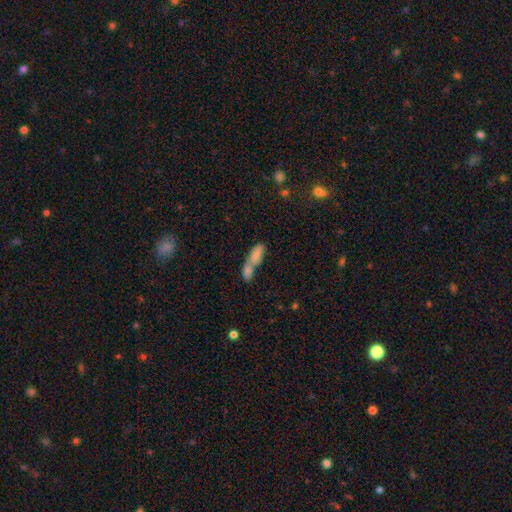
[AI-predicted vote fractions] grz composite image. It shows a smooth galaxy with no disk features (76%) that is in between round and cigar-shaped (73%). Merging: merger (75%).